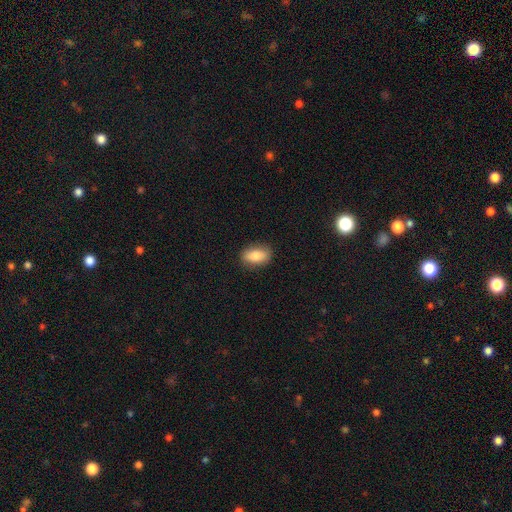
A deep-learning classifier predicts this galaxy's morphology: Smooth or featured: smooth — 80% (featured or disk — 13%)
How rounded: in between — 86% (round — 10%)
Merging: none — 86% (minor disturbance — 11%)